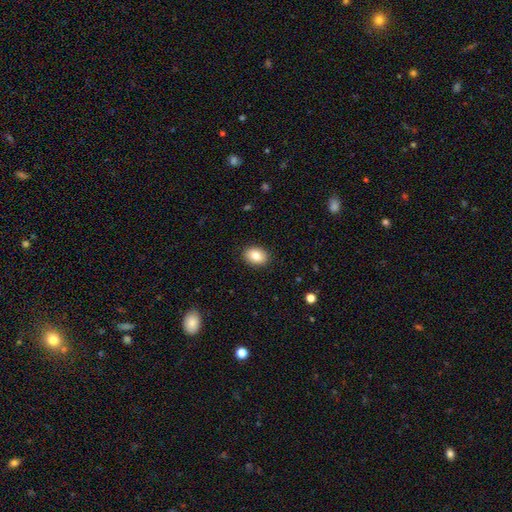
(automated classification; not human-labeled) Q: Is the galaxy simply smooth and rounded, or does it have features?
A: smooth — 85%.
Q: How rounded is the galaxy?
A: in between — 73%.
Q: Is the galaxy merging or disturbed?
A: none — 90%.